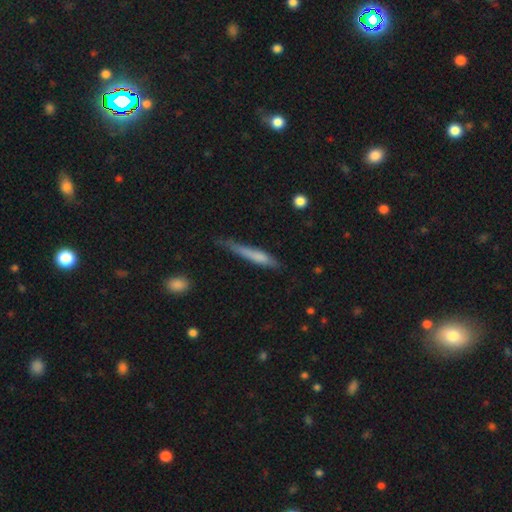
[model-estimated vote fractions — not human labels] This is likely a smooth galaxy (65%). How rounded: clearly cigar-shaped (92%). Merging: possibly none (53%).